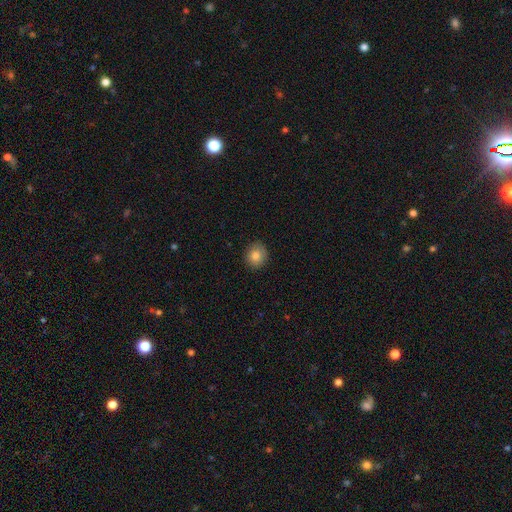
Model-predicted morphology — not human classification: Q: Smooth or featured?
A: smooth (83%); runner-up: star or artifact (10%)
Q: How rounded?
A: round (79%); runner-up: in between (20%)
Q: Merging?
A: none (87%); runner-up: minor disturbance (10%)